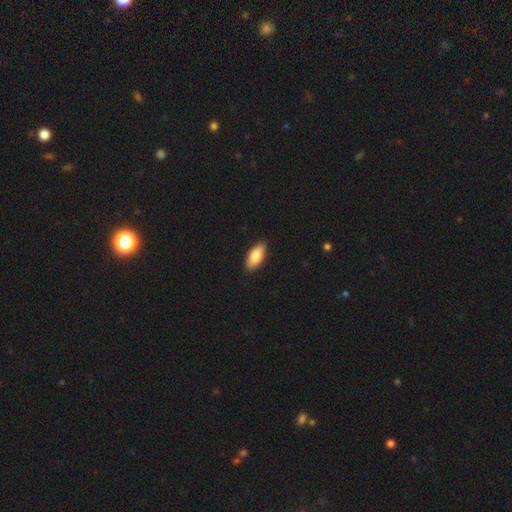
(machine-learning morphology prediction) Smooth or featured? smooth (84%)
How rounded? in between (86%)
Merging? none (88%)